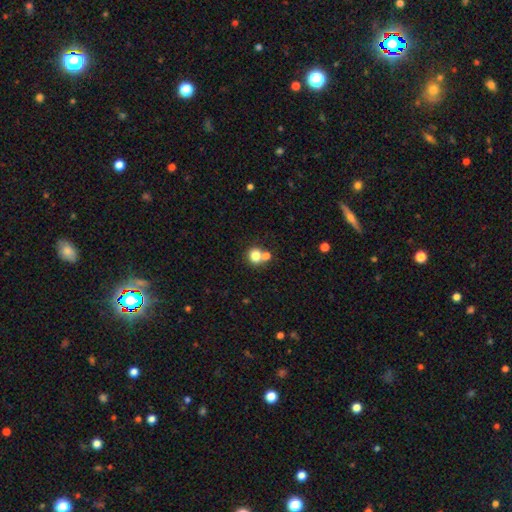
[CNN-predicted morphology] smooth 79%, star or artifact 12%, featured or disk 9%. Down the decision tree: how rounded — round (80%); merging — none (51%).